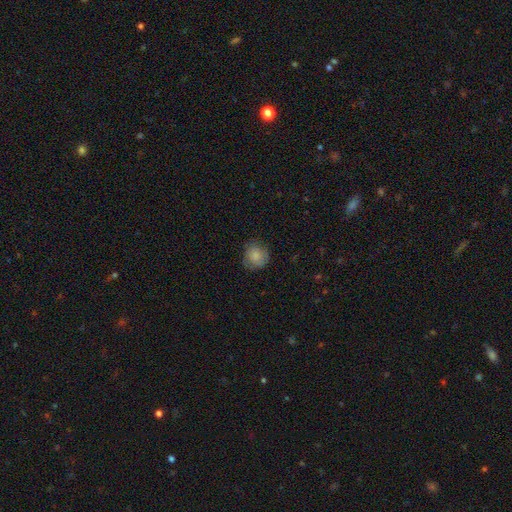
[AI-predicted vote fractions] This appears to be a smooth galaxy with no disk features (80%) that is round (86%). Merging: none (72%).